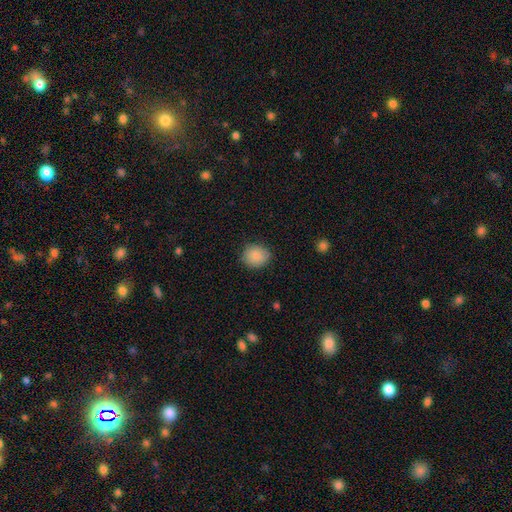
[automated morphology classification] A smooth galaxy with no disk features (88%) that is round (77%). Merging: none (84%).